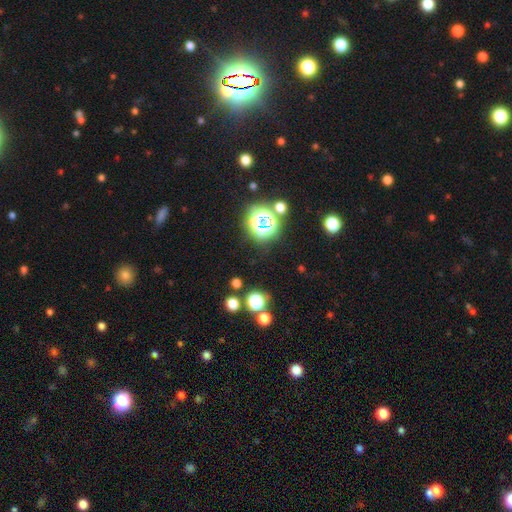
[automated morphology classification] This is likely a star or artifact rather than a galaxy (73%).